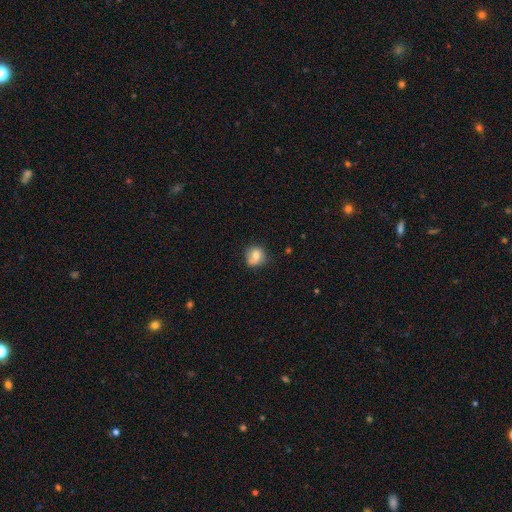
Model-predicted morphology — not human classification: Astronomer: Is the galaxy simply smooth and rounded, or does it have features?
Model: smooth — 72%.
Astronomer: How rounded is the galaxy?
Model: round — 84%.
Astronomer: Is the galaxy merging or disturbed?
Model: none — 67%.